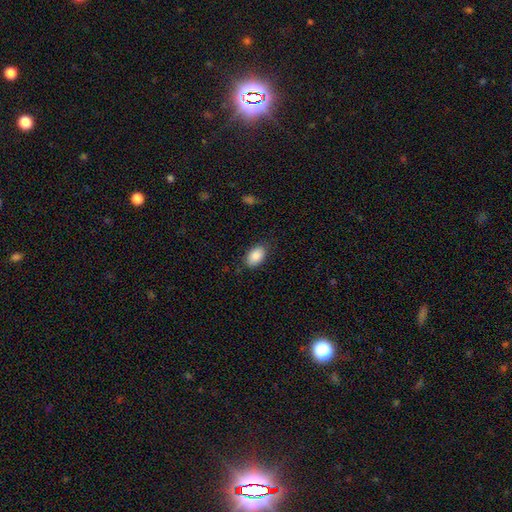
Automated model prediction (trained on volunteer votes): Smooth or featured? Predicted: smooth (p=0.87). How rounded? Predicted: in between (p=0.91). Merging? Predicted: none (p=0.81).